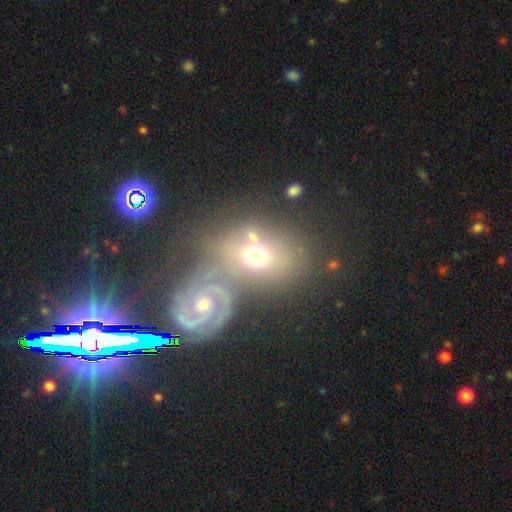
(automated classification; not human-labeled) Morphology: type=featured or disk (57%); edge-on=no (95%); bar=no (59%); spiral arms=yes (86%); bulge=moderate (61%); merging=merger (47%).